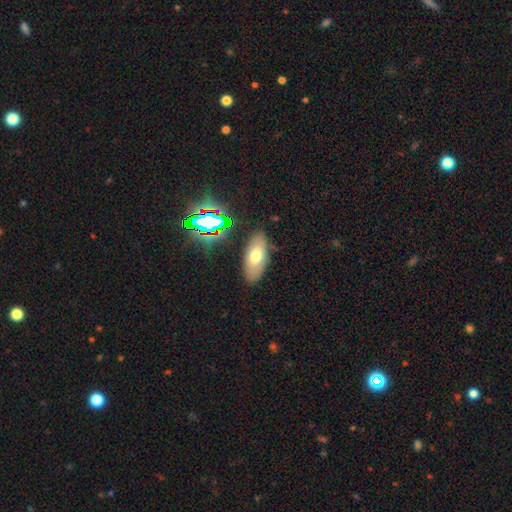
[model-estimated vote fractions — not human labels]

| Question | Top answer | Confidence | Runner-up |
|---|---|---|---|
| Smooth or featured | smooth | 63% | featured or disk (25%) |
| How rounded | in between | 87% | cigar-shaped (10%) |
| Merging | none | 83% | minor disturbance (12%) |